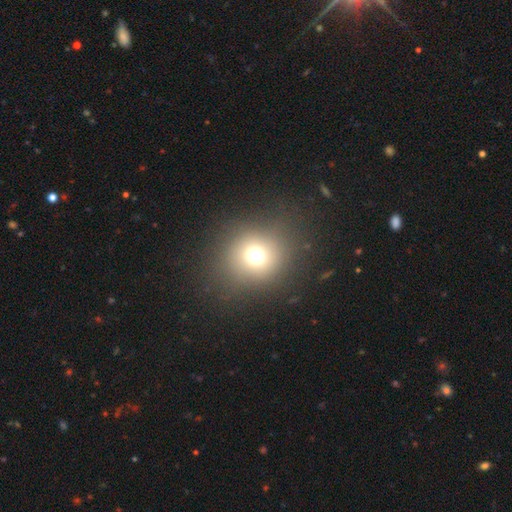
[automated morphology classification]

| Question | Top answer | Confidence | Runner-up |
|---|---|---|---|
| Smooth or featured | smooth | 68% | star or artifact (21%) |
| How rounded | round | 85% | in between (14%) |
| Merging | none | 84% | minor disturbance (8%) |